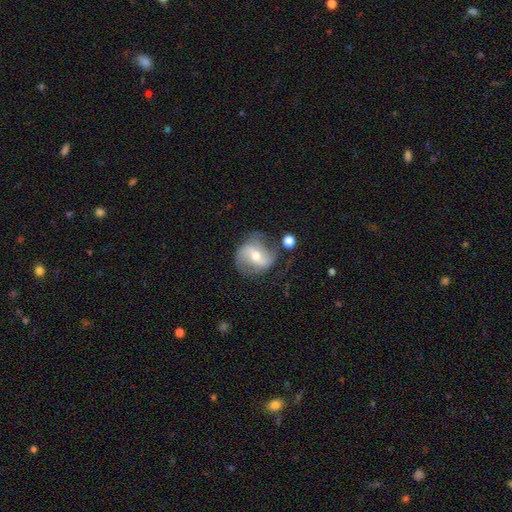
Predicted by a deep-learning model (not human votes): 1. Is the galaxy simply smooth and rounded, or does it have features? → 75% featured or disk, 18% smooth, 7% star or artifact.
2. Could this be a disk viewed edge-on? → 96% no, 4% yes.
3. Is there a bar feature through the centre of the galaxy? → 43% weak, 32% strong, 25% no.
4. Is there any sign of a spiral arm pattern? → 88% yes, 12% no.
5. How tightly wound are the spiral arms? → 44% loose, 40% medium, 16% tight.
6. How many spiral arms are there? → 84% 2, 7% can't tell, 3% 1, 3% 3, 1% 4, 1% more than 4.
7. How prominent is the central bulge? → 64% moderate, 30% small, 4% large, 1% none, 1% dominant.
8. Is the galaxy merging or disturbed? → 65% none, 20% minor disturbance, 11% major disturbance, 4% merger.